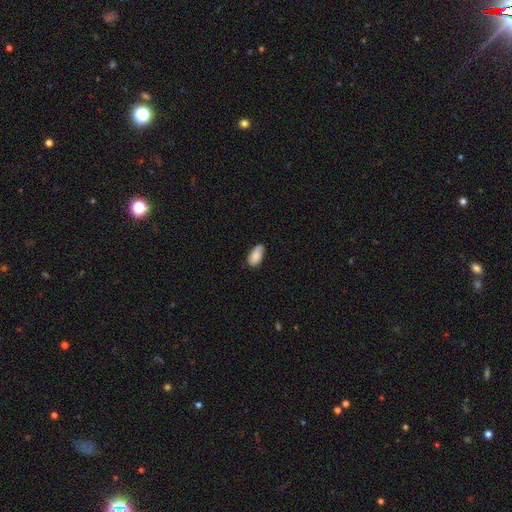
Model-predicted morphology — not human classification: Smooth or featured? Predicted: smooth (p=0.84). How rounded? Predicted: in between (p=0.93). Merging? Predicted: none (p=0.64).